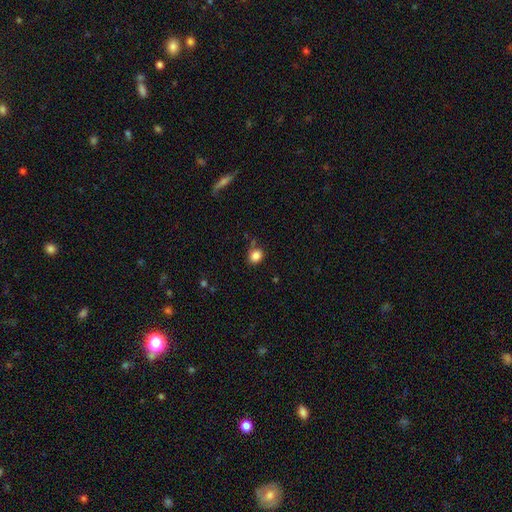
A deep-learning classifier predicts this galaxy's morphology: type=smooth (85%); roundness=round (61%); merging=none (72%).